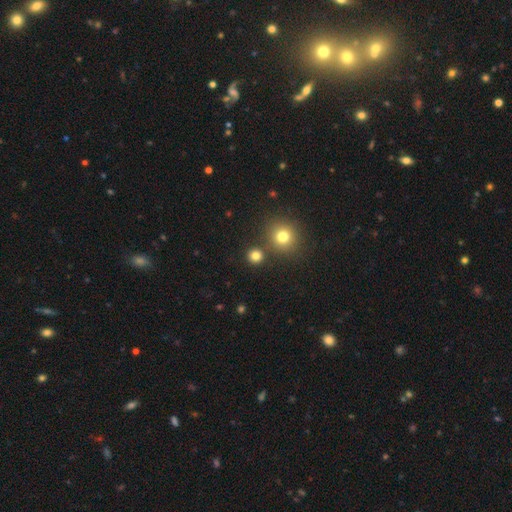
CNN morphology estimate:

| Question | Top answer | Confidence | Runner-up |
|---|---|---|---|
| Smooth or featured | smooth | 79% | star or artifact (16%) |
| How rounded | round | 92% | in between (7%) |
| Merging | none | 83% | merger (9%) |